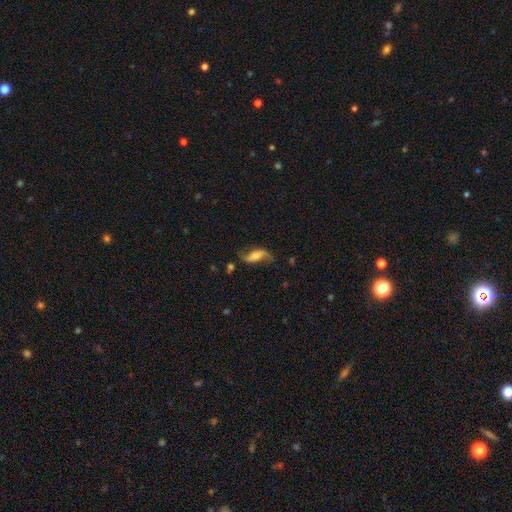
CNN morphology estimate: smooth_or_featured: featured or disk (p=0.76) [alt: smooth p=0.17]
disk_edge_on: no (p=0.91) [alt: yes p=0.09]
bar: no (p=0.38) [alt: weak p=0.34]
has_spiral_arms: yes (p=0.93) [alt: no p=0.07]
spiral_winding: loose (p=0.84) [alt: medium p=0.12]
spiral_arm_count: 2 (p=0.91) [alt: 1 p=0.03]
bulge_size: small (p=0.41) [alt: moderate p=0.39]
merging: none (p=0.71) [alt: minor disturbance p=0.17]